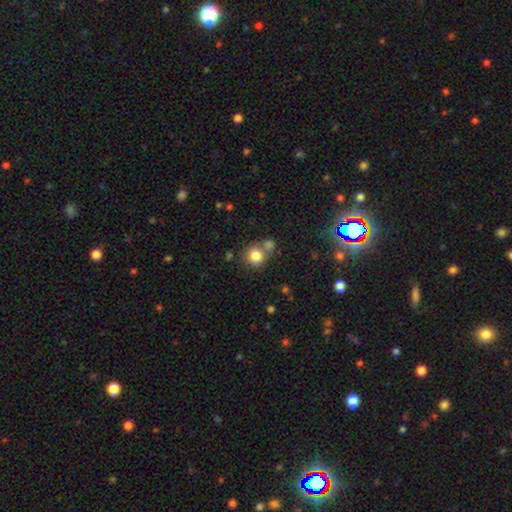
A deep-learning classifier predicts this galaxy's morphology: A smooth galaxy with no disk features (81%) that is round (84%).

Vote fractions:
- Smooth or featured? smooth: 81% / star or artifact: 11% / featured or disk: 8%
- How rounded? round: 84% / in between: 16% / cigar-shaped: 1%
- Merging? none: 56% / merger: 28% / minor disturbance: 11% / major disturbance: 4%